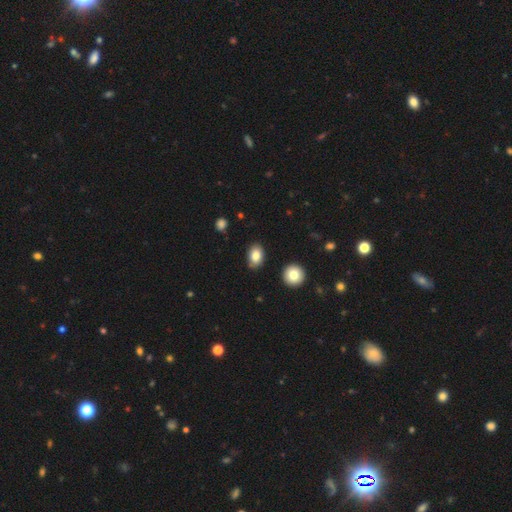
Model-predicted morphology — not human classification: smooth 84%, featured or disk 9%, star or artifact 8%. Down the decision tree: how rounded — in between (83%); merging — none (83%).